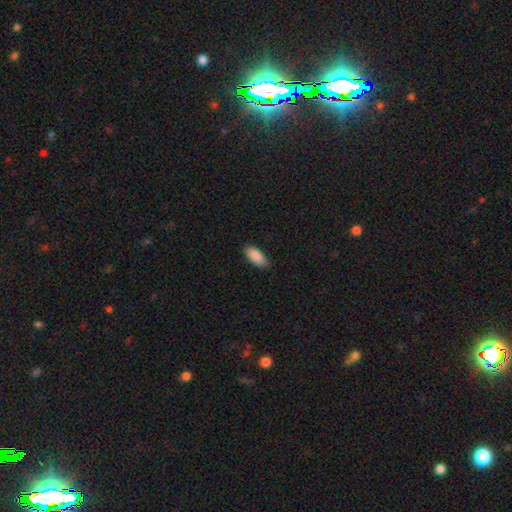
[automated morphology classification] Overall: smooth (90%). How rounded: in between (89%). Merging: none (84%).